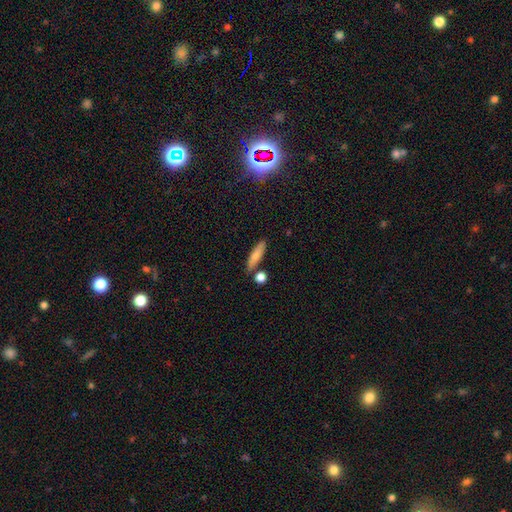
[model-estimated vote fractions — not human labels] smooth 76%, featured or disk 17%, star or artifact 7%. Down the decision tree: how rounded — cigar-shaped (70%); merging — none (77%).